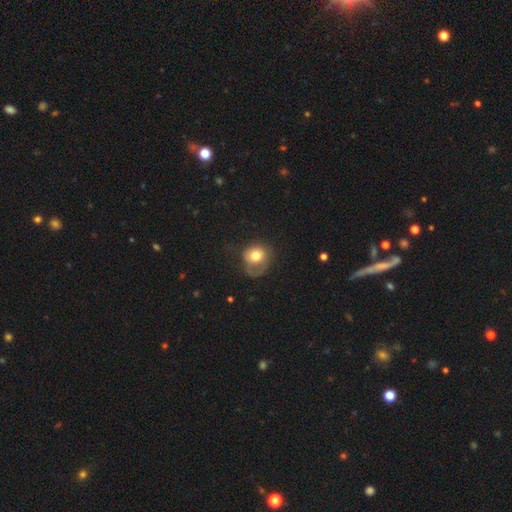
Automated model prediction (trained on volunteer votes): This is likely a smooth galaxy (69%). How rounded: likely round (74%). Merging: marginally none (37%).